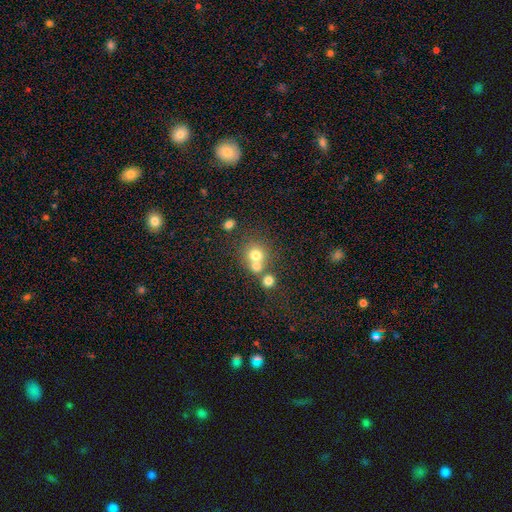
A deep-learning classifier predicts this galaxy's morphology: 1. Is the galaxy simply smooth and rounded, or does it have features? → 71% smooth, 15% featured or disk, 14% star or artifact.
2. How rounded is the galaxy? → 85% round, 14% in between, 1% cigar-shaped.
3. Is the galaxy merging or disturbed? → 45% none, 44% merger, 7% minor disturbance, 3% major disturbance.